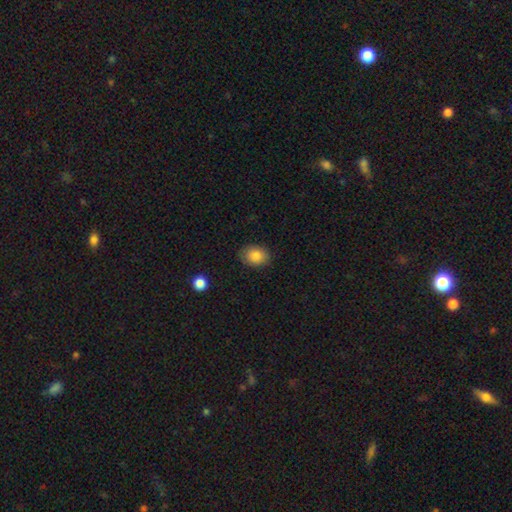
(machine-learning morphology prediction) smooth-or-featured: smooth: 86% | star or artifact: 8% | featured or disk: 6%
  how-rounded: in between: 58% | round: 41% | cigar-shaped: 1%
  merging: none: 84% | minor disturbance: 12% | major disturbance: 3% | merger: 1%